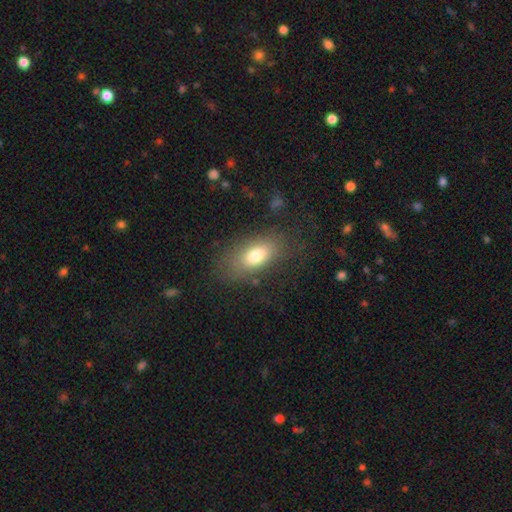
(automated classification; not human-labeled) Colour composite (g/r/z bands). It shows a smooth galaxy with no disk features (75%) that is in between round and cigar-shaped (86%). Merging: none (75%).